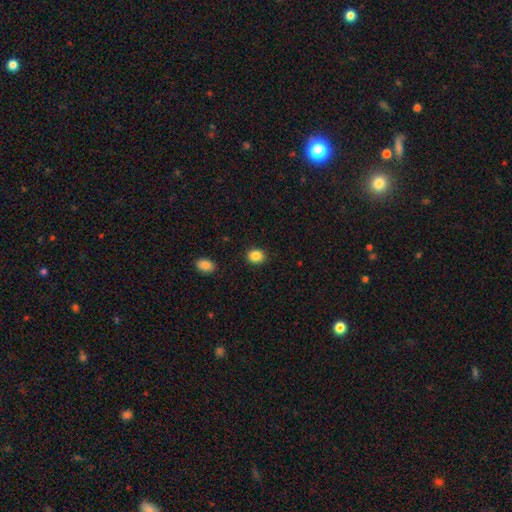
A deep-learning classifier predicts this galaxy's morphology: Q: Smooth or featured?
A: smooth (87%); runner-up: star or artifact (10%)
Q: How rounded?
A: round (67%); runner-up: in between (32%)
Q: Merging?
A: none (90%); runner-up: minor disturbance (7%)